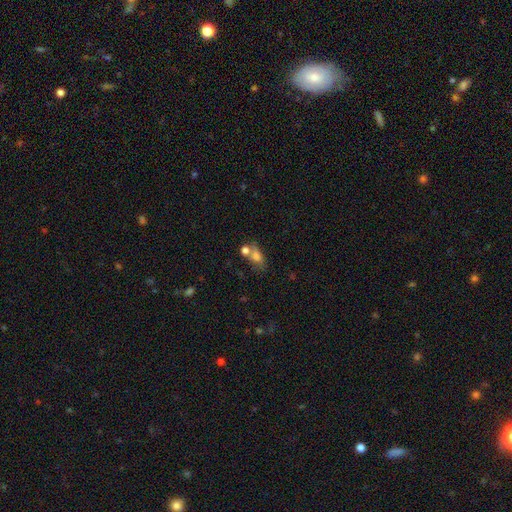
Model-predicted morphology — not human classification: smooth_or_featured: smooth (p=0.69) [alt: featured or disk p=0.17]
how_rounded: in between (p=0.70) [alt: round p=0.22]
merging: none (p=0.37) [alt: merger p=0.35]